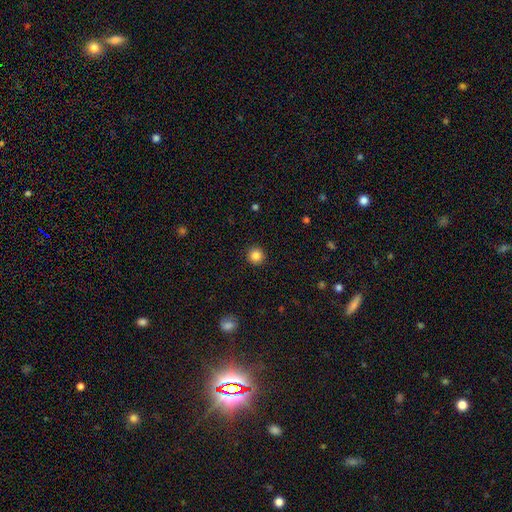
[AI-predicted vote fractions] This appears to be a smooth galaxy with no disk features (85%) that is round (95%). Merging: none (92%).